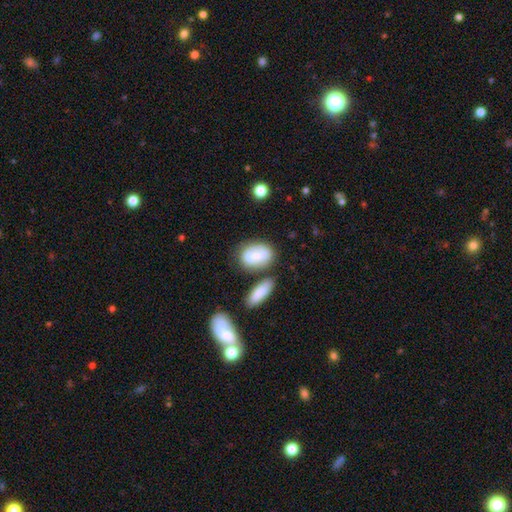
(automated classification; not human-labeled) This is likely a smooth galaxy (67%). How rounded: likely in between (79%). Merging: possibly none (53%).